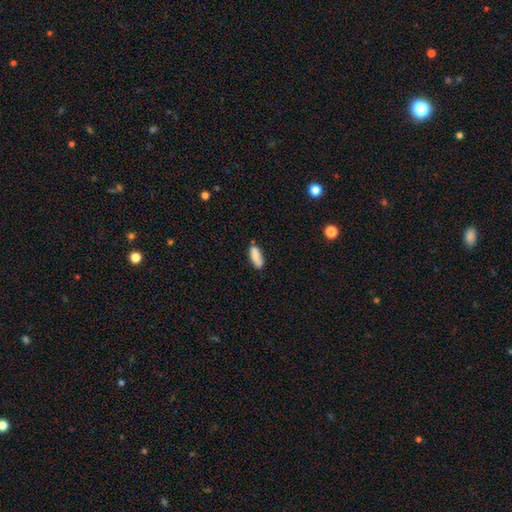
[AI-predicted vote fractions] Morphology: type=smooth (81%); roundness=in between (67%); merging=none (68%).